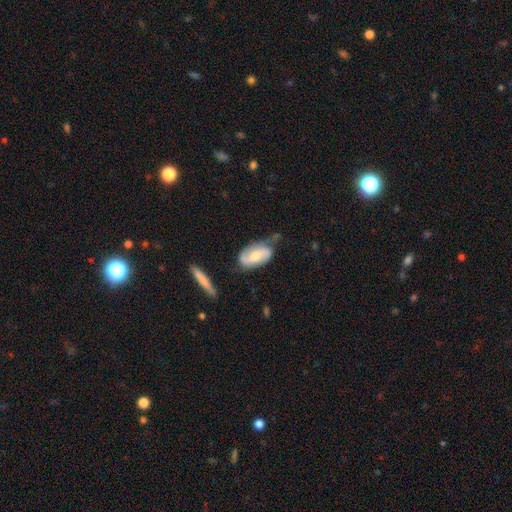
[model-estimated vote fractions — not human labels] Smooth or featured?
  - featured or disk: 58% *
  - smooth: 36%
  - star or artifact: 6%
Edge-on disk?
  - no: 93% *
  - yes: 7%
Bar?
  - no: 41% *
  - weak: 39%
  - strong: 20%
Spiral arms?
  - yes: 85% *
  - no: 15%
Bulge size?
  - moderate: 52% *
  - small: 40%
  - large: 4%
  - none: 3%
  - dominant: 1%
Merging?
  - none: 46% *
  - minor disturbance: 34%
  - major disturbance: 14%
  - merger: 6%